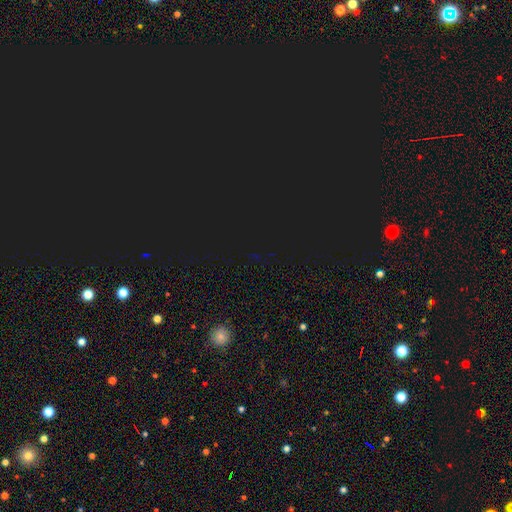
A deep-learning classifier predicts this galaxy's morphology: Smooth or featured: star or artifact — 81% (smooth — 12%)